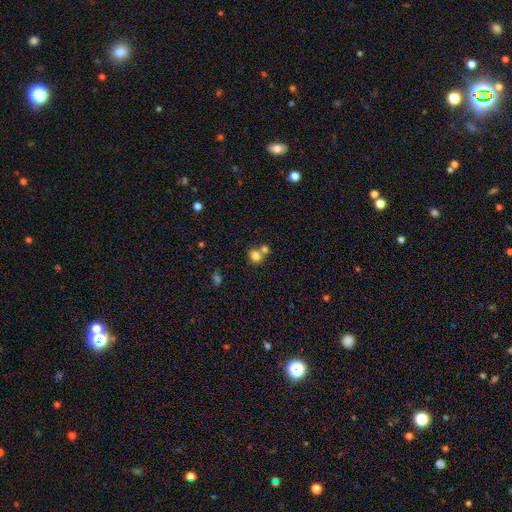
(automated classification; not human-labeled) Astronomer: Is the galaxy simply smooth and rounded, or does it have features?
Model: smooth — 80%.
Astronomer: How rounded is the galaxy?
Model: round — 81%.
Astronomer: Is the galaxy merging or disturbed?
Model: none — 50% (runner-up: merger, 39%).